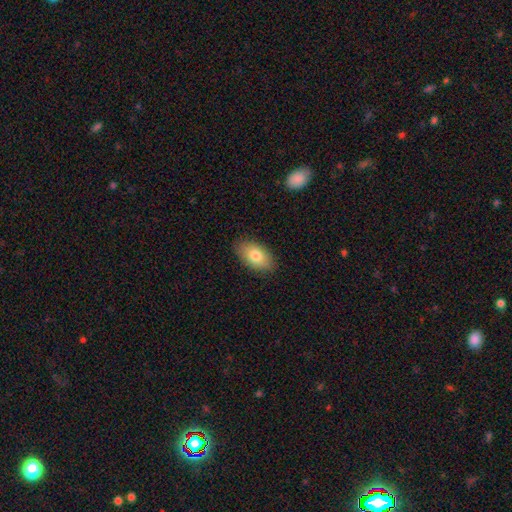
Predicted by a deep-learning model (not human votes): A smooth galaxy with no disk features (80%) that is in between round and cigar-shaped (93%). Merging: none (87%).